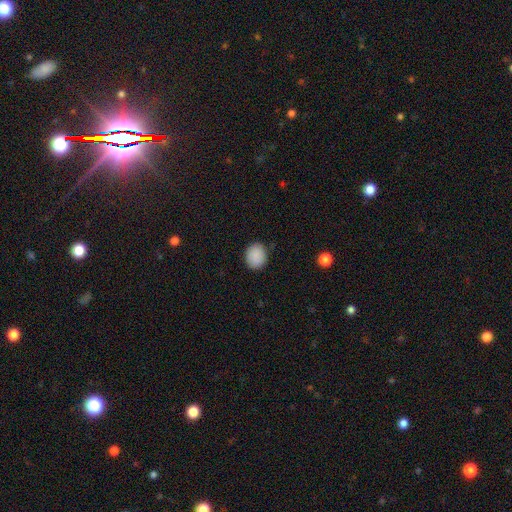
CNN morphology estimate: Smooth or featured? smooth (89%)
How rounded? round (61%)
Merging? none (87%)